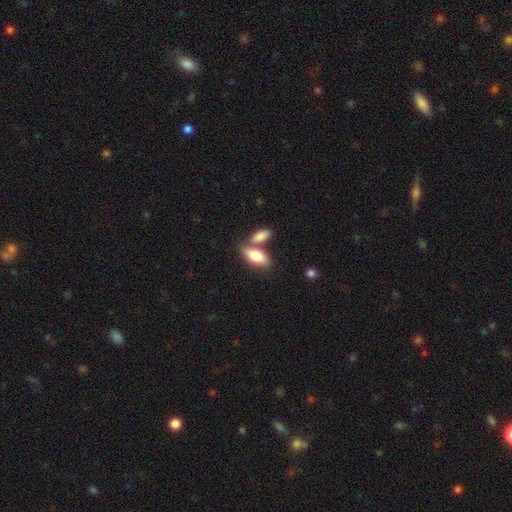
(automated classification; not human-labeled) This appears to be a smooth galaxy with no disk features (79%) that is in between round and cigar-shaped (86%). Merging: none (46%).